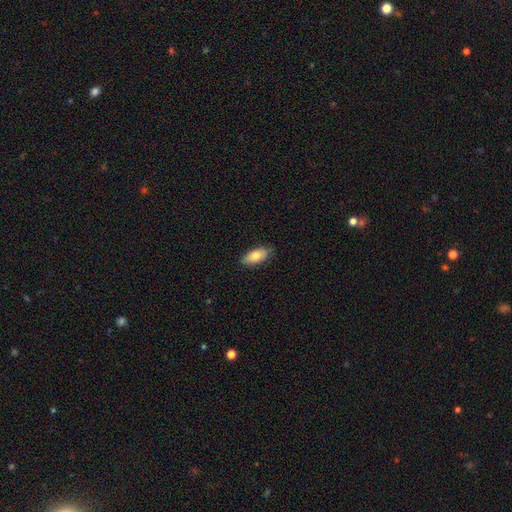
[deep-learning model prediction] smooth_or_featured: smooth (p=0.77) [alt: featured or disk p=0.16]
how_rounded: in between (p=0.86) [alt: cigar-shaped p=0.11]
merging: none (p=0.84) [alt: minor disturbance p=0.13]